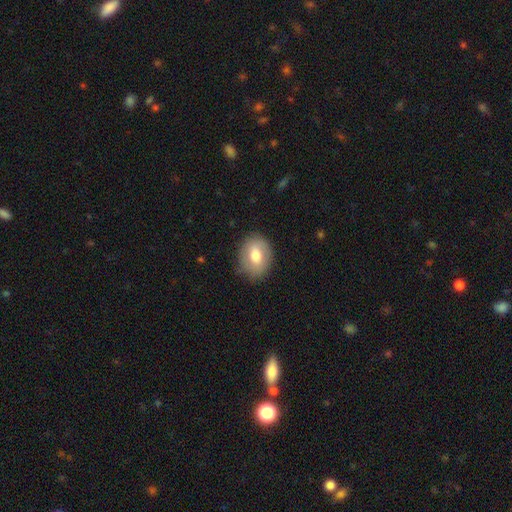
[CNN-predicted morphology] A smooth galaxy with no disk features (66%) that is in between round and cigar-shaped (60%).

Vote fractions:
- Smooth or featured? smooth: 66% / featured or disk: 28% / star or artifact: 7%
- How rounded? in between: 60% / round: 38% / cigar-shaped: 1%
- Merging? none: 82% / minor disturbance: 13% / major disturbance: 4% / merger: 1%